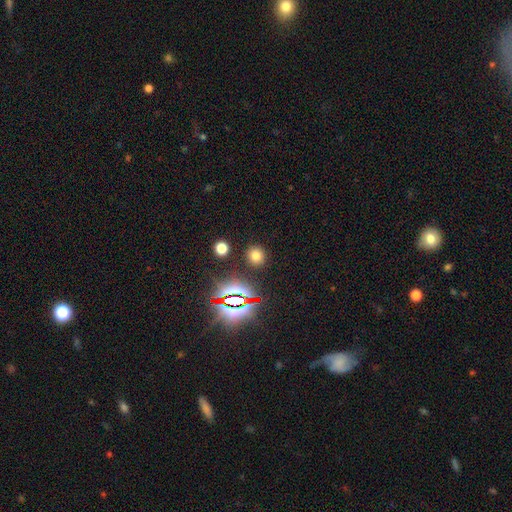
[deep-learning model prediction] This appears to be a smooth galaxy with no disk features (69%) that is round (86%). Merging: none (88%).